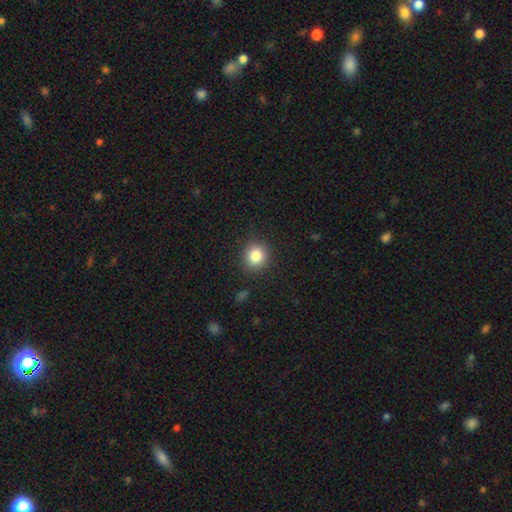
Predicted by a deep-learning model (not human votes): A smooth galaxy with no disk features (84%) that is round (85%). Merging: none (89%).